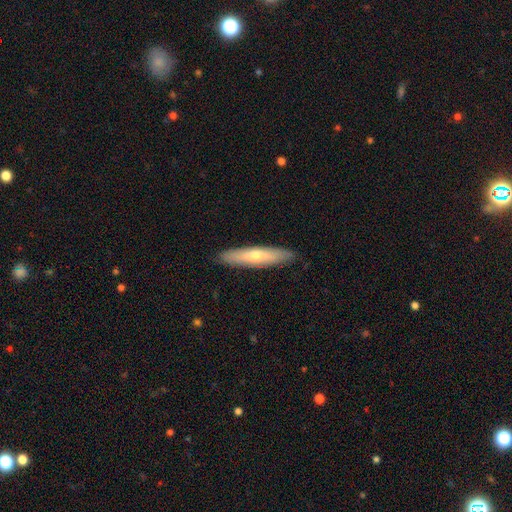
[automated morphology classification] This is possibly a smooth galaxy (59%). How rounded: clearly cigar-shaped (85%). Merging: clearly none (89%).